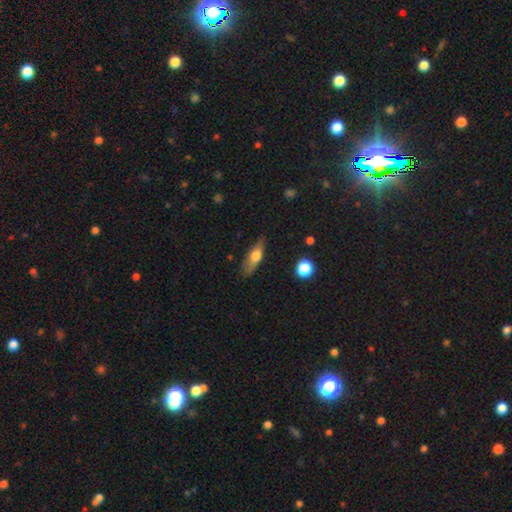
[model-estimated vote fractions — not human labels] Smooth or featured?
  - smooth: 54% *
  - featured or disk: 40%
  - star or artifact: 6%
How rounded?
  - in between: 50% *
  - cigar-shaped: 46%
  - round: 4%
Merging?
  - none: 76% *
  - minor disturbance: 18%
  - major disturbance: 4%
  - merger: 2%